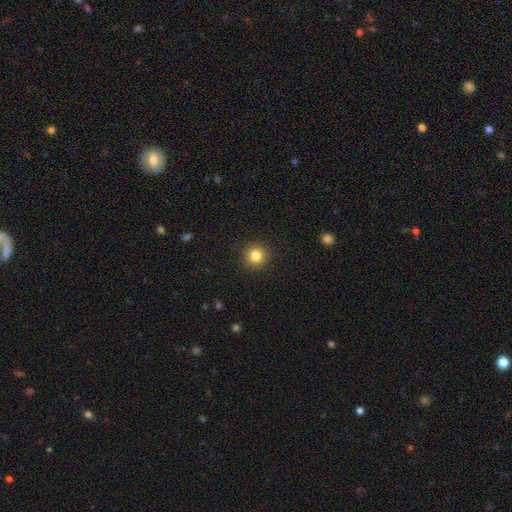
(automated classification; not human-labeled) Q: Smooth or featured?
A: smooth (83%); runner-up: star or artifact (12%)
Q: How rounded?
A: round (95%); runner-up: in between (4%)
Q: Merging?
A: none (92%); runner-up: minor disturbance (5%)